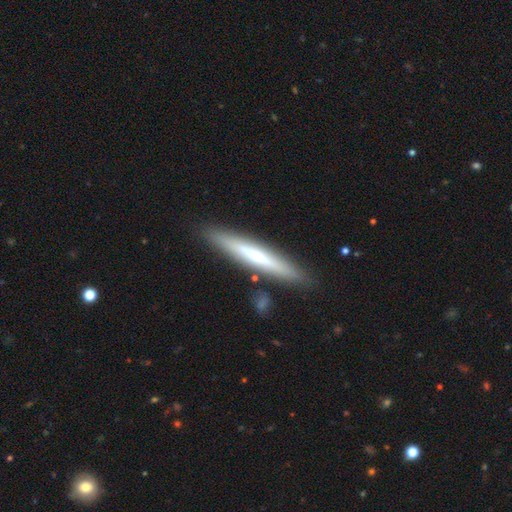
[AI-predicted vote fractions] featured or disk 49%, smooth 45%, star or artifact 6%. Down the decision tree: merging — none (87%).